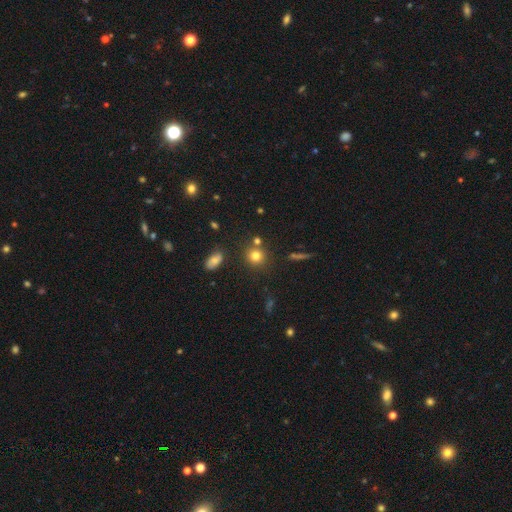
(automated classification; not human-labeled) Smooth or featured? smooth (76%)
How rounded? round (87%)
Merging? none (76%)